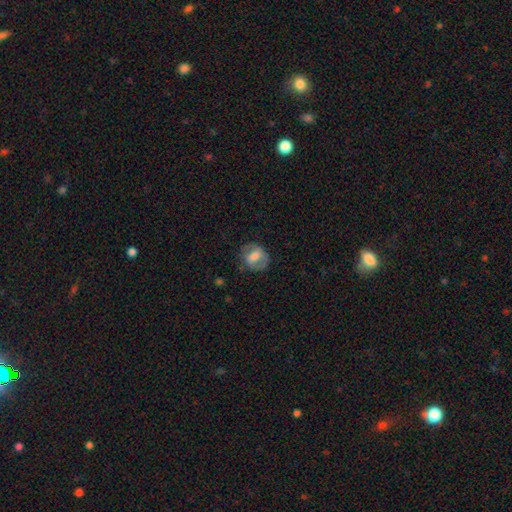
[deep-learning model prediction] Overall: smooth (50%; featured or disk 43%). Merging: none (69%).